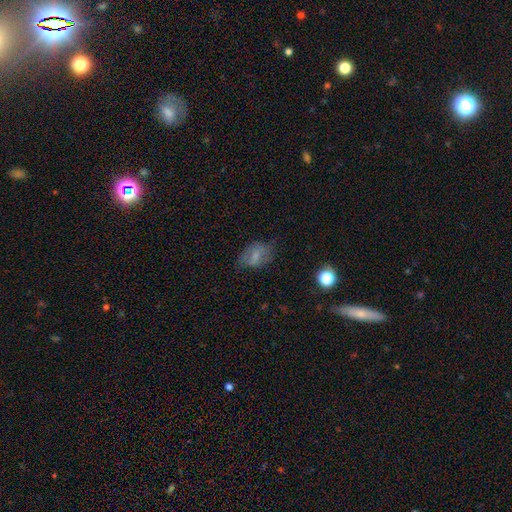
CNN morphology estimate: The model was most divided on "merging": none: 59%, minor disturbance: 27%, major disturbance: 13%, merger: 2%. More confident: how rounded — in between (82%); smooth or featured — smooth (61%).